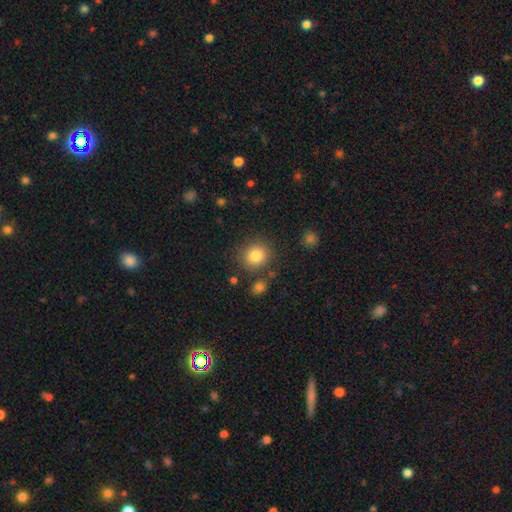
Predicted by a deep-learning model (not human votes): Q: Smooth or featured?
A: smooth (83%); runner-up: star or artifact (10%)
Q: How rounded?
A: round (85%); runner-up: in between (14%)
Q: Merging?
A: none (83%); runner-up: minor disturbance (9%)